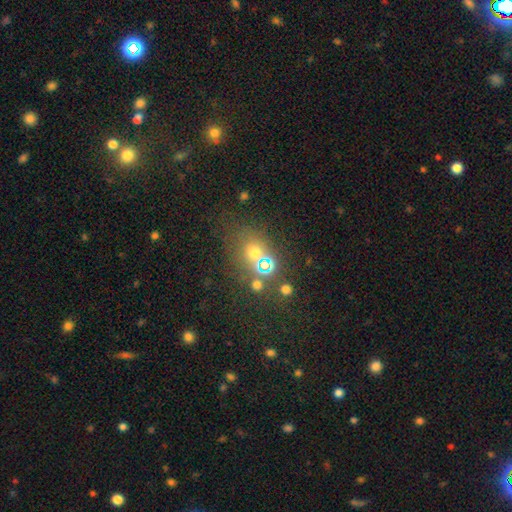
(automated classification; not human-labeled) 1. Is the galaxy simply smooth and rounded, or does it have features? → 53% smooth, 29% star or artifact, 18% featured or disk.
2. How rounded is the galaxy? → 67% round, 32% in between, 1% cigar-shaped.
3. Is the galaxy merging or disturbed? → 52% none, 32% merger, 10% minor disturbance, 6% major disturbance.